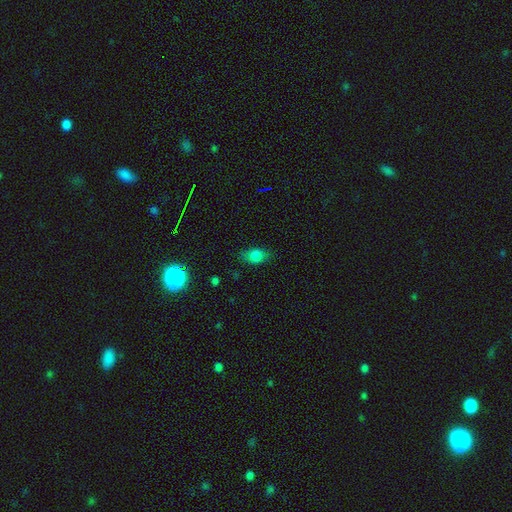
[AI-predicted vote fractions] A smooth galaxy with no disk features (77%) that is in between round and cigar-shaped (76%).

Vote fractions:
- Smooth or featured? smooth: 77% / star or artifact: 13% / featured or disk: 11%
- How rounded? in between: 76% / round: 21% / cigar-shaped: 3%
- Merging? none: 77% / minor disturbance: 17% / major disturbance: 5% / merger: 1%